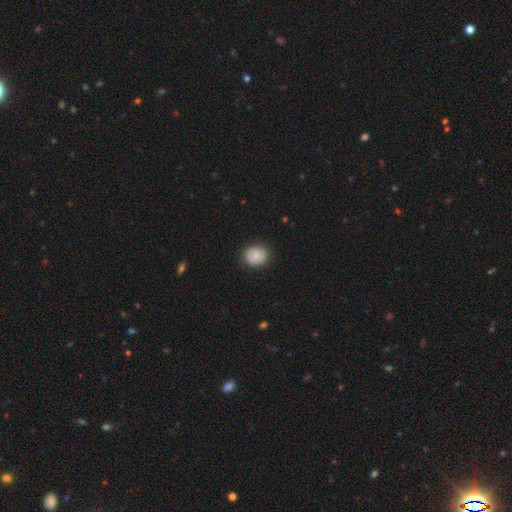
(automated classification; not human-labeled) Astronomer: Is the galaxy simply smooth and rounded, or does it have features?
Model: smooth — 77%.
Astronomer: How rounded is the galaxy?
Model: round — 73%.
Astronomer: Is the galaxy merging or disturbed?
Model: none — 86%.